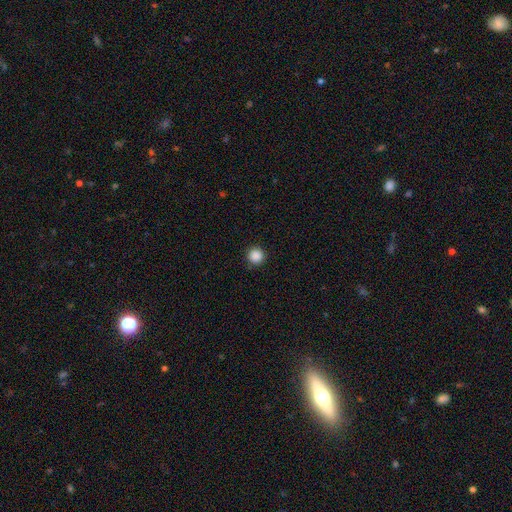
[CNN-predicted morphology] Smooth or featured: smooth — 88% (star or artifact — 10%)
How rounded: round — 96% (in between — 3%)
Merging: none — 92% (minor disturbance — 5%)